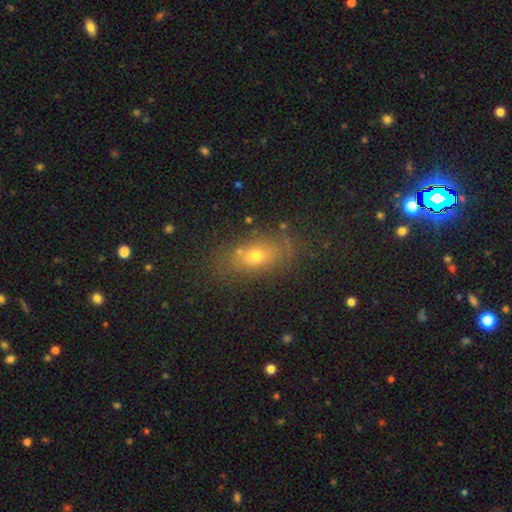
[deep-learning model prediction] smooth 65%, featured or disk 19%, star or artifact 17%. Down the decision tree: how rounded — in between (74%); merging — none (70%).